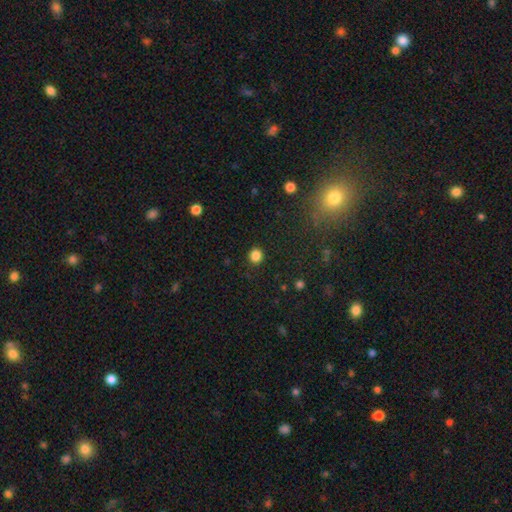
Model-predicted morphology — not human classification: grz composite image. It shows a smooth galaxy with no disk features (85%) that is round (90%). Merging: none (91%).